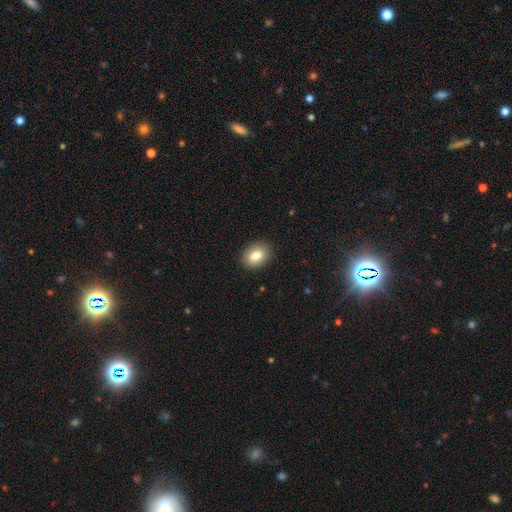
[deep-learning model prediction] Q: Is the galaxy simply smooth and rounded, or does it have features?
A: smooth — 82%.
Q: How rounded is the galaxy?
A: in between — 77%.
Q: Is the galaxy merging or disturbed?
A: none — 89%.